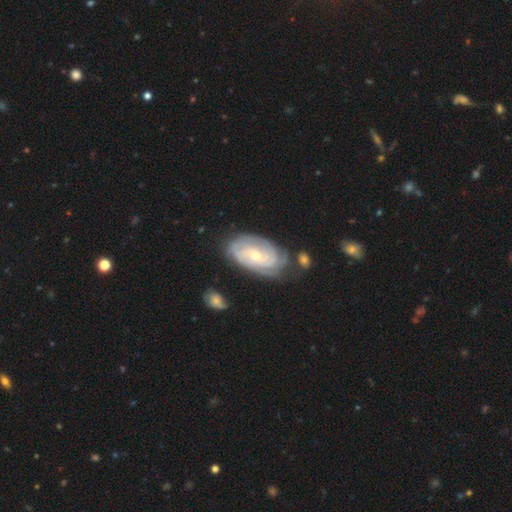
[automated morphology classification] Overall: featured or disk (82%). Edge-on disk: no (95%). Bar: no (70%). Spiral arms: yes (93%). Spiral arm count: can't tell (37%; 2 20%). Spiral winding: tight (75%). Bulge size: small (59%; moderate 38%). Merging: none (67%).